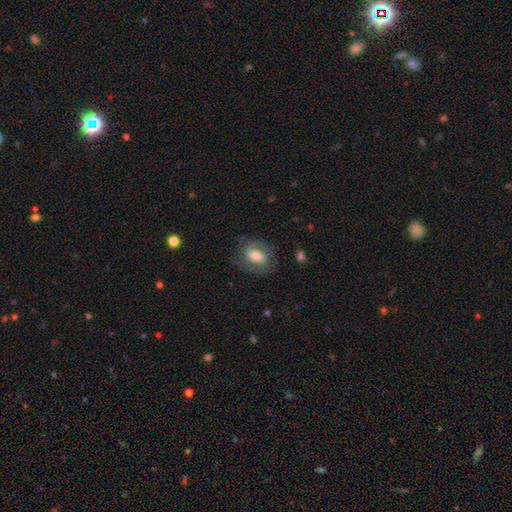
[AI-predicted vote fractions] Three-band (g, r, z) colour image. It shows a smooth galaxy with no disk features (47%). Merging: none (71%).